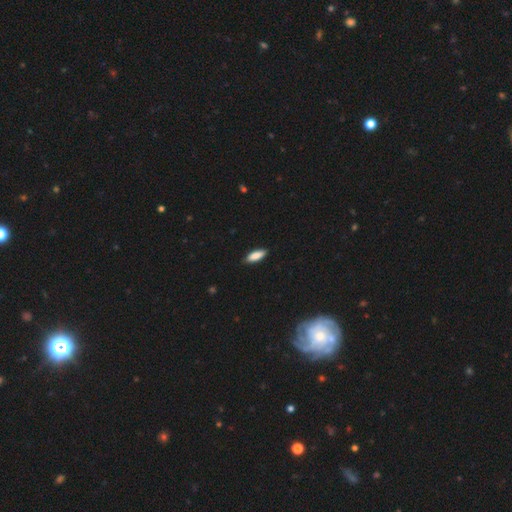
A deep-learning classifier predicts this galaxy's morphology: Smooth or featured?
  - smooth: 85% *
  - featured or disk: 9%
  - star or artifact: 6%
How rounded?
  - in between: 63% *
  - cigar-shaped: 35%
  - round: 2%
Merging?
  - none: 87% *
  - minor disturbance: 10%
  - major disturbance: 2%
  - merger: 1%